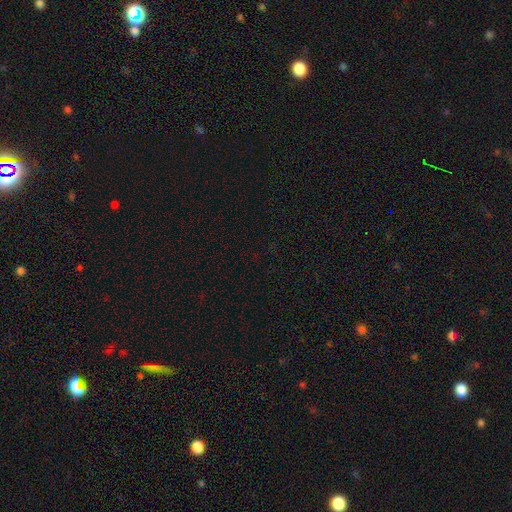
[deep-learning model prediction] A star or artifact, not a galaxy (73%).

Vote fractions:
- Smooth or featured? star or artifact: 73% / smooth: 20% / featured or disk: 7%